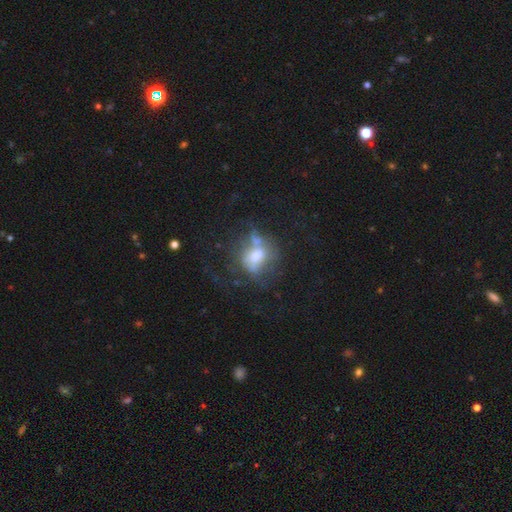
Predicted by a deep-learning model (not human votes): Smooth or featured?
  - featured or disk: 46% *
  - smooth: 39%
  - star or artifact: 15%
Merging?
  - none: 38% *
  - major disturbance: 28%
  - minor disturbance: 19%
  - merger: 15%